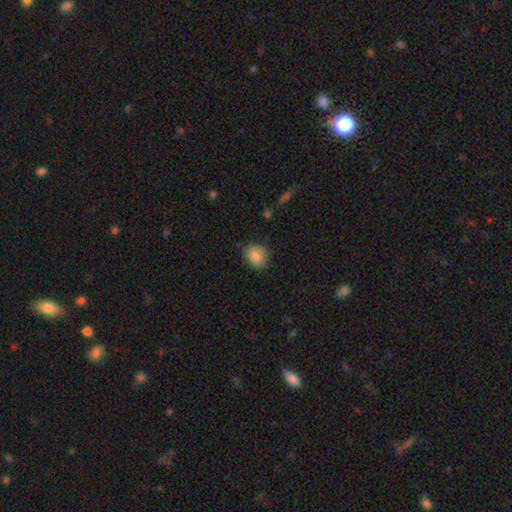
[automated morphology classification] This appears to be a smooth galaxy with no disk features (87%) that is round (54%). Merging: none (78%).